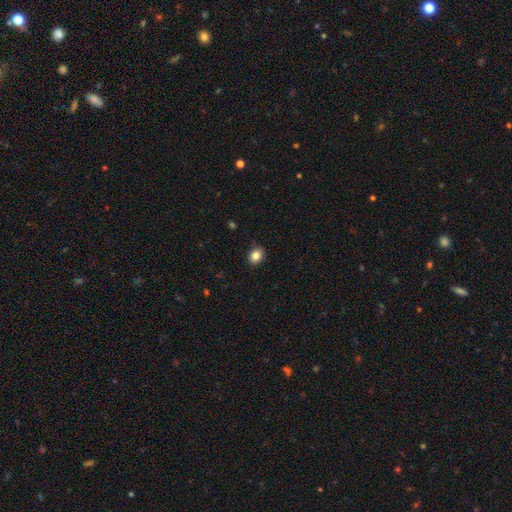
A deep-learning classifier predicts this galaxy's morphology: This is clearly a smooth galaxy (85%). How rounded: possibly round (56%). Merging: clearly none (89%).